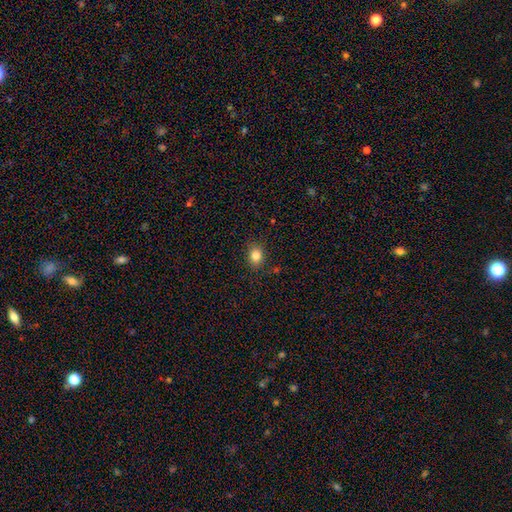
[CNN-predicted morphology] This appears to be a smooth galaxy with no disk features (83%) that is round (52%). Merging: none (86%).